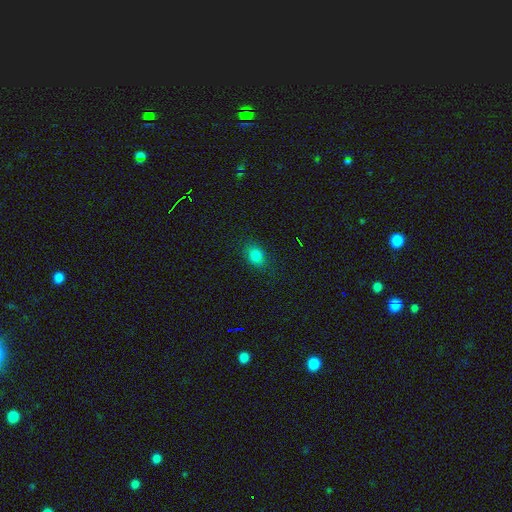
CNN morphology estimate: Smooth or featured? smooth (81%)
How rounded? in between (61%)
Merging? none (83%)